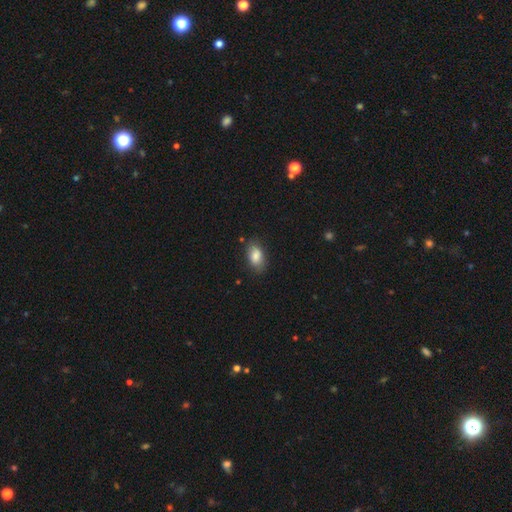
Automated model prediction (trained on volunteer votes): A smooth galaxy with no disk features (84%) that is in between round and cigar-shaped (91%).

Vote fractions:
- Smooth or featured? smooth: 84% / featured or disk: 8% / star or artifact: 7%
- How rounded? in between: 91% / round: 6% / cigar-shaped: 3%
- Merging? none: 80% / minor disturbance: 15% / major disturbance: 3% / merger: 2%